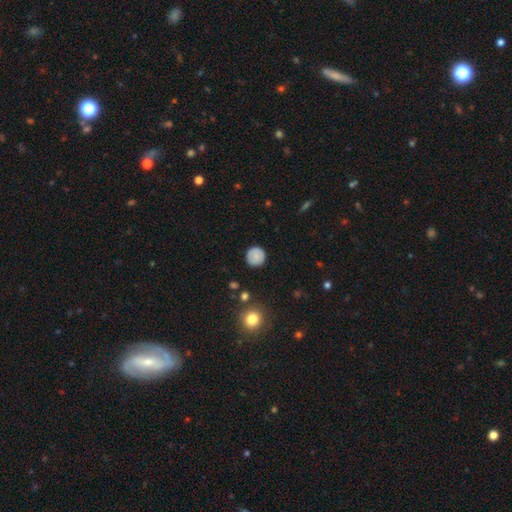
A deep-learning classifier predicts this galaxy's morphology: smooth_or_featured: smooth (p=0.78) [alt: featured or disk p=0.13]
how_rounded: round (p=0.94) [alt: in between p=0.05]
merging: none (p=0.86) [alt: minor disturbance p=0.10]